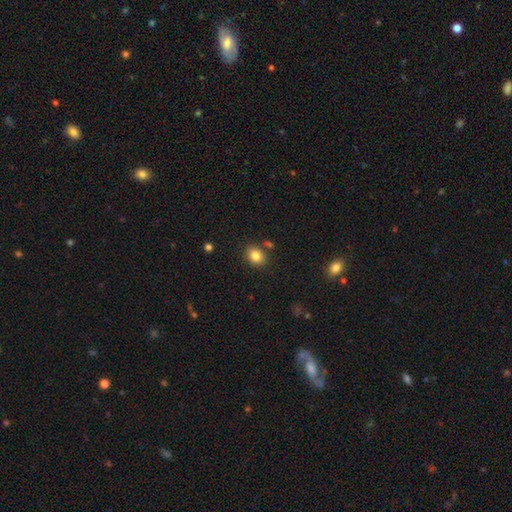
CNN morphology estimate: A smooth galaxy with no disk features (83%) that is in between round and cigar-shaped (51%). Merging: none (81%).